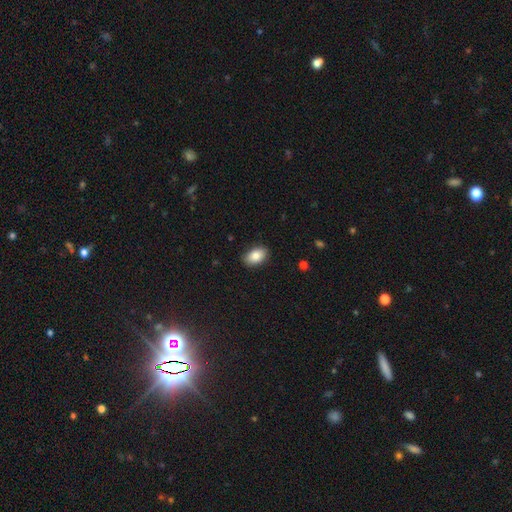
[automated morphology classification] Smooth or featured? Predicted: smooth (p=0.85). How rounded? Predicted: in between (p=0.91). Merging? Predicted: none (p=0.88).